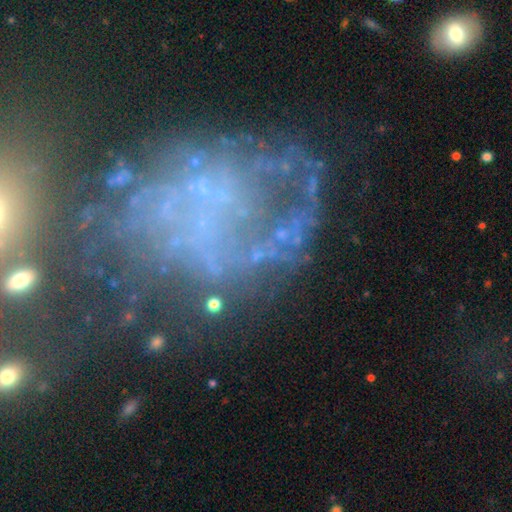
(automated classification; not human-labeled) The model was most divided on "merging": none: 52%, major disturbance: 25%, minor disturbance: 17%, merger: 7%. More confident: edge-on disk — no (97%); bar — no (86%); spiral arms — no (66%); bulge size — none (64%); smooth or featured — featured or disk (57%).